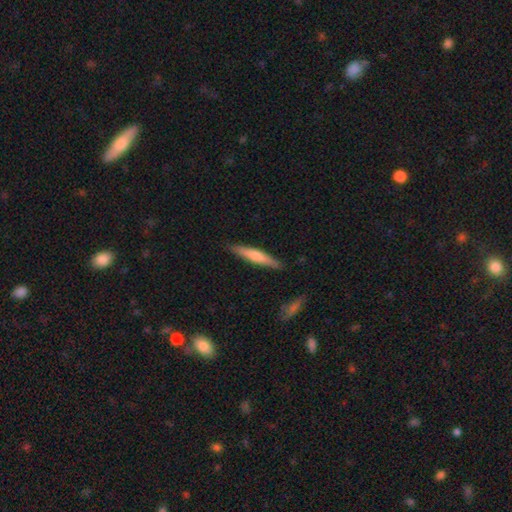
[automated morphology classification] Overall: smooth (57%; featured or disk 38%). How rounded: cigar-shaped (92%). Merging: none (88%).